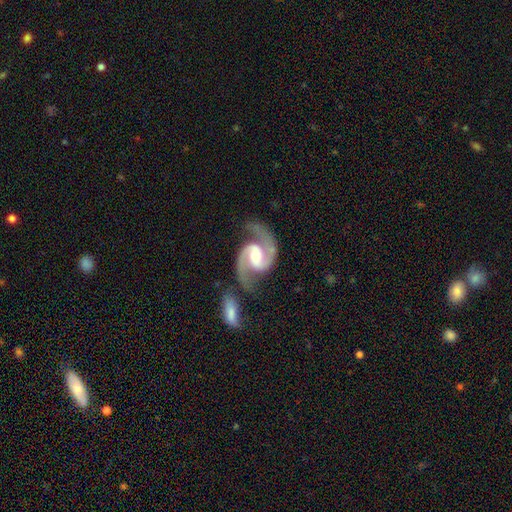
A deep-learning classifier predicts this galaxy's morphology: This is clearly a featured or disk galaxy (94%). It is clearly not viewed edge-on (98%). Bar: possibly weak (48%). Spiral arm pattern: clearly yes (99%). Spiral arm count: clearly 2 (94%). Spiral winding: likely medium (67%). Central bulge: likely moderate (60%). Merging: likely none (70%).